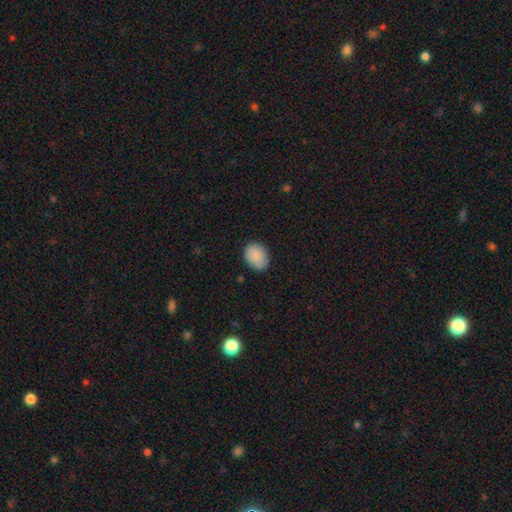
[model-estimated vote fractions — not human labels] Smooth or featured? Predicted: smooth (p=0.86). How rounded? Predicted: in between (p=0.60). Merging? Predicted: none (p=0.78).